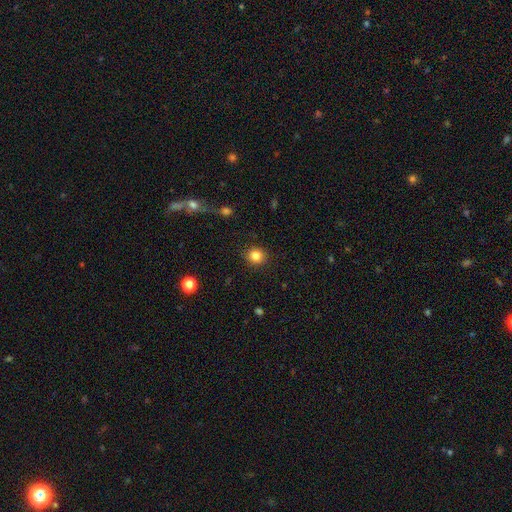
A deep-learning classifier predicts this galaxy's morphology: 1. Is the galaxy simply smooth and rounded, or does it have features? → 83% smooth, 11% star or artifact, 6% featured or disk.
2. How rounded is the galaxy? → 89% round, 10% in between, 1% cigar-shaped.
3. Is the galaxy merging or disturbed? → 90% none, 7% minor disturbance, 2% major disturbance, 1% merger.